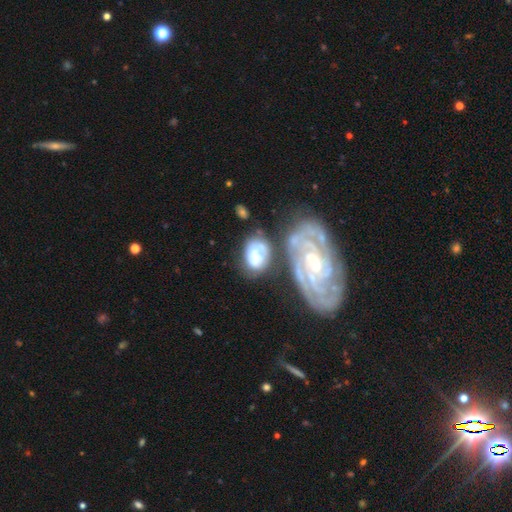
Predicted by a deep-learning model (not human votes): Smooth or featured: featured or disk — 51% (smooth — 41%)
Edge-on disk: no — 96% (yes — 4%)
Merging: merger — 33% (none — 32%)